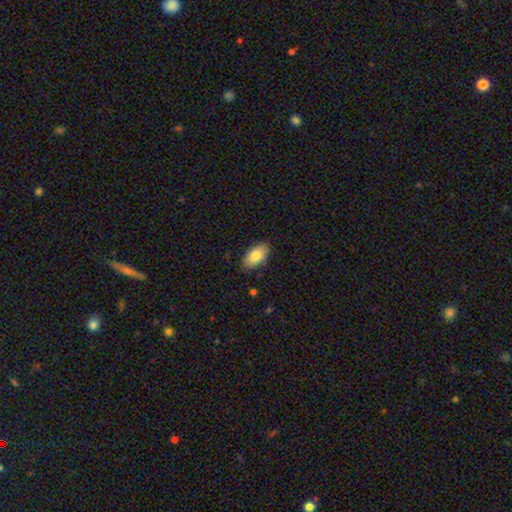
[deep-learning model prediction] Smooth or featured? smooth (82%)
How rounded? in between (94%)
Merging? none (86%)